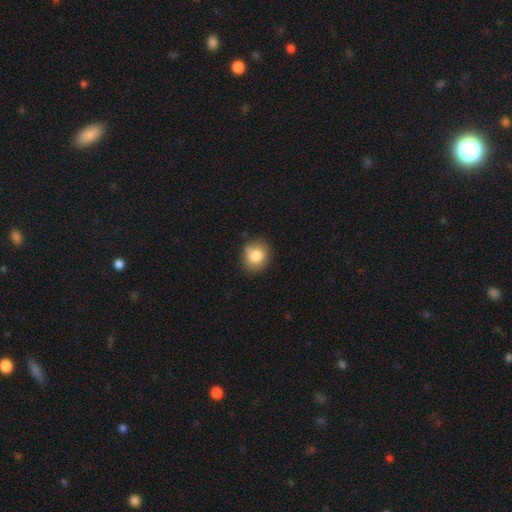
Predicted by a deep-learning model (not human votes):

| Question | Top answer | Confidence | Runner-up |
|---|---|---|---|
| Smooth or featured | smooth | 82% | star or artifact (9%) |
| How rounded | round | 74% | in between (25%) |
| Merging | none | 79% | minor disturbance (15%) |